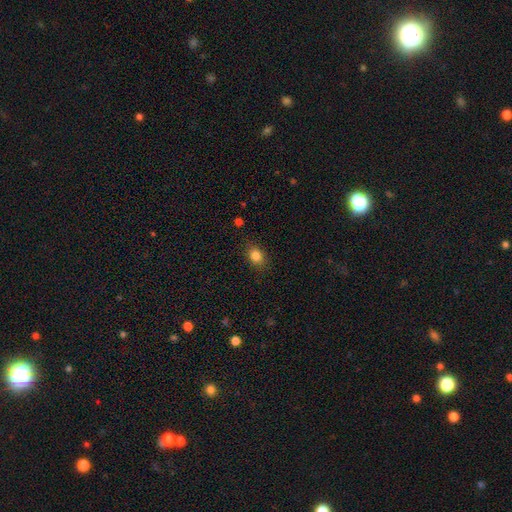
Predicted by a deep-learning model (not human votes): Q: Smooth or featured?
A: smooth (84%); runner-up: star or artifact (11%)
Q: How rounded?
A: in between (62%); runner-up: round (37%)
Q: Merging?
A: none (86%); runner-up: minor disturbance (10%)